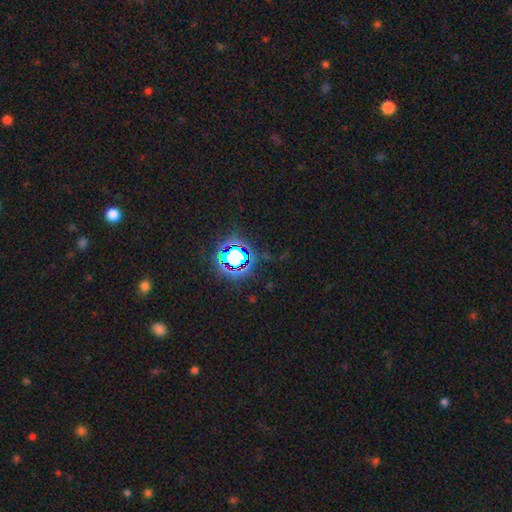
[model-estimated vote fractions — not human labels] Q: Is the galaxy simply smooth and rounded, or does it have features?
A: star or artifact — 82%.